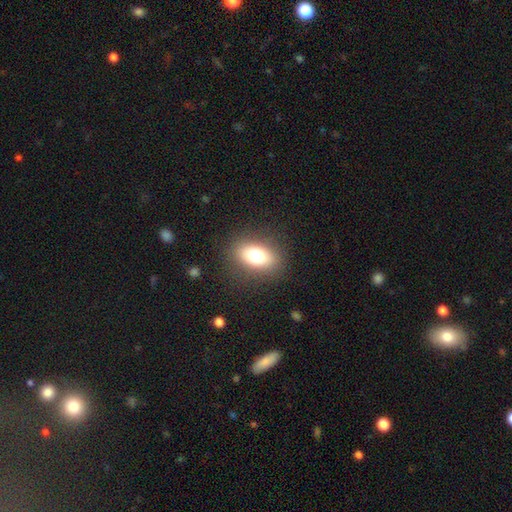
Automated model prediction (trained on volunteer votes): Morphology: type=smooth (75%); roundness=in between (79%); merging=none (86%).